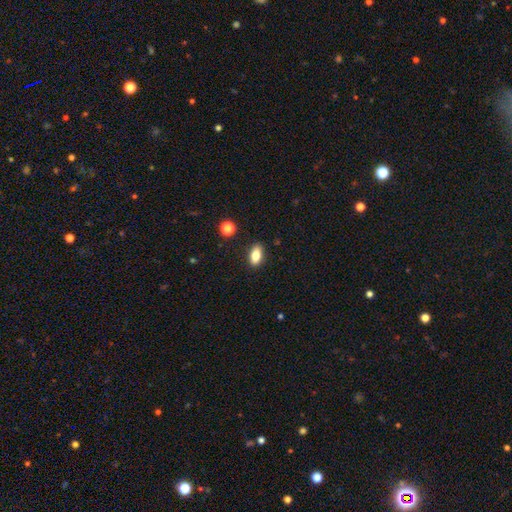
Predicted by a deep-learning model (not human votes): Overall: smooth (77%). How rounded: in between (84%). Merging: none (87%).